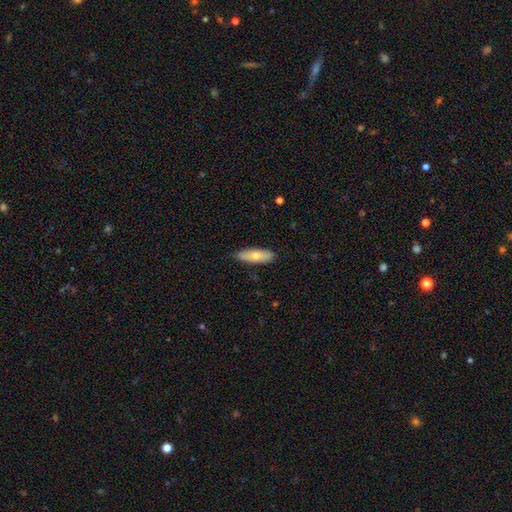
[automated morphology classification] Overall: smooth (68%). How rounded: in between (53%; cigar-shaped 45%). Merging: none (84%).